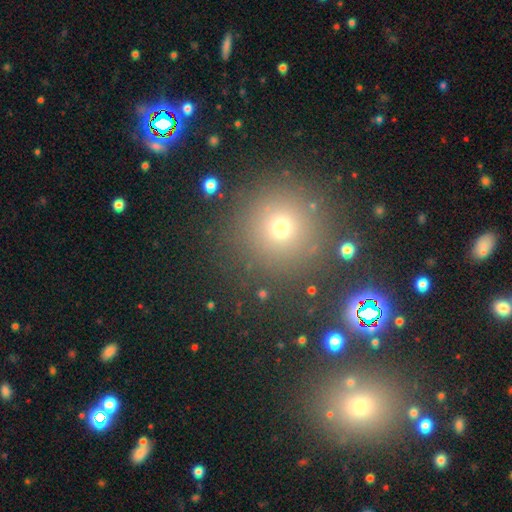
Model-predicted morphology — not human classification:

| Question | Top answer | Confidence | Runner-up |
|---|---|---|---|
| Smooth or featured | smooth | 54% | star or artifact (36%) |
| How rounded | round | 95% | in between (4%) |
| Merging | none | 87% | minor disturbance (6%) |